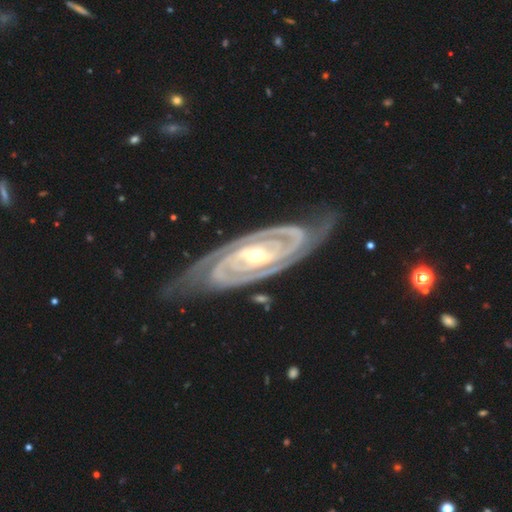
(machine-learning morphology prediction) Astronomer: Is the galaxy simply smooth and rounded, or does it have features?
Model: featured or disk — 94%.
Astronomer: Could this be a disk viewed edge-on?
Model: no — 95%.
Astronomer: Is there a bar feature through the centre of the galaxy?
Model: no — 37% (runner-up: strong, 32%).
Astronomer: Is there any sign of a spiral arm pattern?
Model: yes — 99%.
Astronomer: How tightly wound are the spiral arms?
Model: tight — 80%.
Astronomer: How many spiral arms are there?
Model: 2 — 75%.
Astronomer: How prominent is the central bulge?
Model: small — 50% (runner-up: moderate, 47%).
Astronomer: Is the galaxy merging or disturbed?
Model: none — 75%.